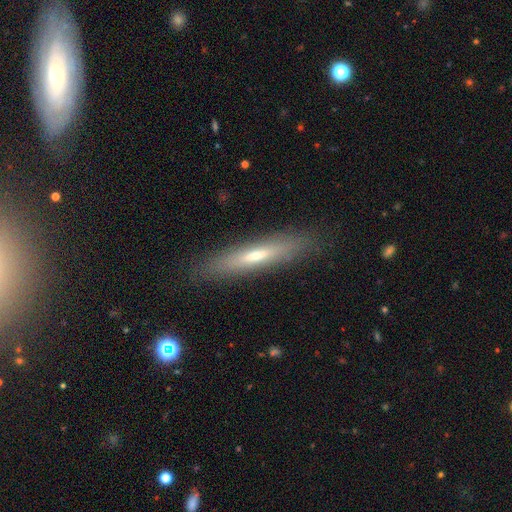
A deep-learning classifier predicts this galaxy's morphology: A smooth galaxy with no disk features (46%). Merging: none (88%).